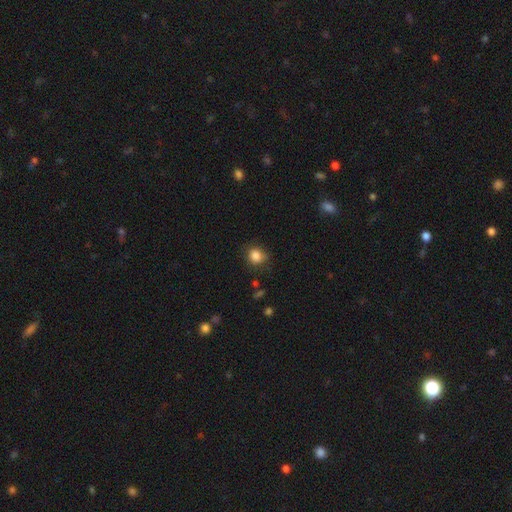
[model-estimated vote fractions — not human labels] Q: Smooth or featured?
A: smooth (84%); runner-up: star or artifact (10%)
Q: How rounded?
A: round (76%); runner-up: in between (23%)
Q: Merging?
A: none (69%); runner-up: minor disturbance (22%)